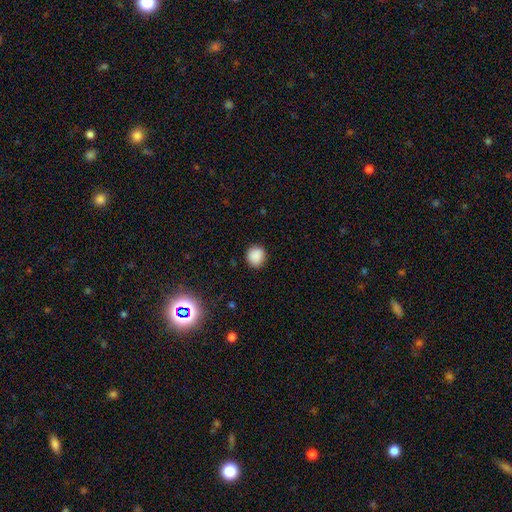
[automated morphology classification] Overall: smooth (87%). How rounded: round (87%). Merging: none (88%).